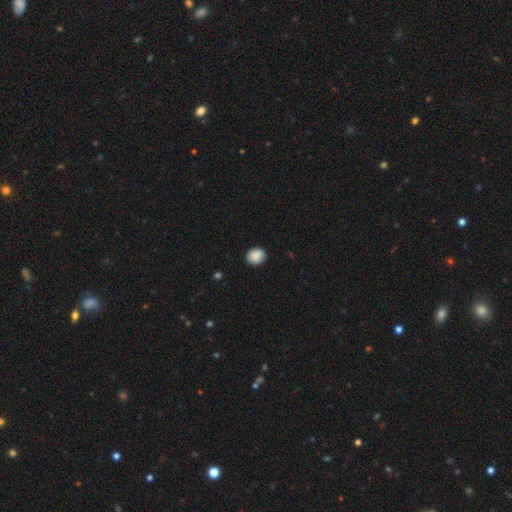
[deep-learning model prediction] Overall: smooth (87%). How rounded: round (63%; in between 36%). Merging: none (85%).